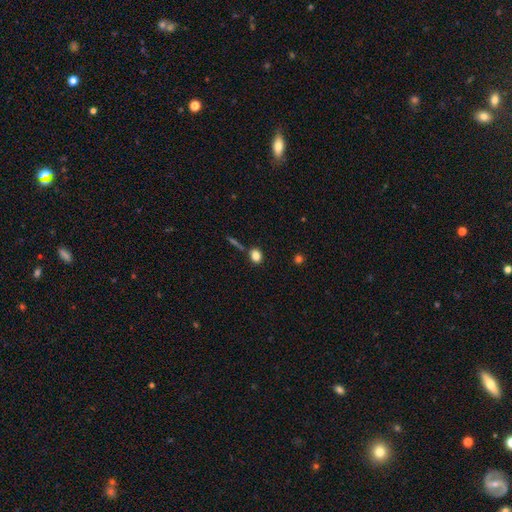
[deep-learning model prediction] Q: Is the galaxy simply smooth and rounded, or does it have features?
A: smooth — 82%.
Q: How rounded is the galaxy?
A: in between — 49%.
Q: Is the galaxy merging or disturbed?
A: none — 74%.